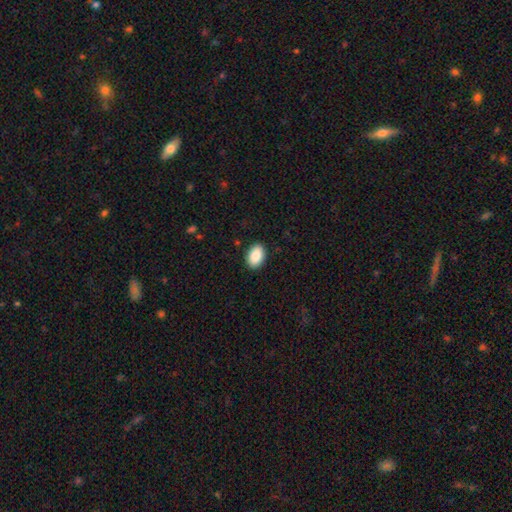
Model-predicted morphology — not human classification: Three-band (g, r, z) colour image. It shows a smooth galaxy with no disk features (89%) that is in between round and cigar-shaped (90%). Merging: none (90%).